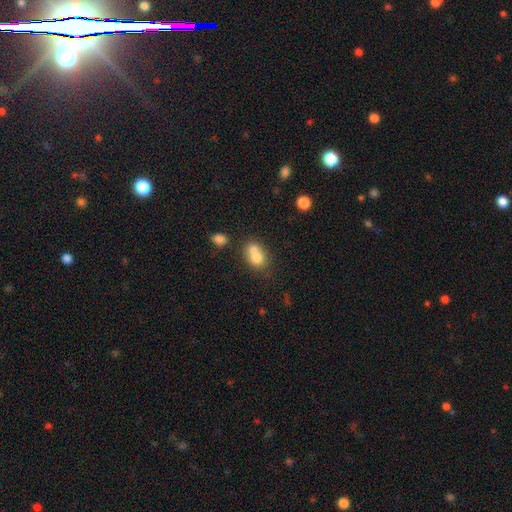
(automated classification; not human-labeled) smooth 72%, featured or disk 18%, star or artifact 10%. Down the decision tree: how rounded — in between (51%); merging — merger (63%).